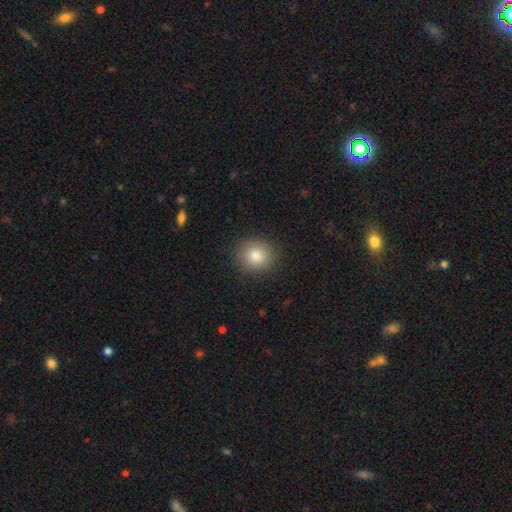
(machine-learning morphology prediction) A smooth galaxy with no disk features (83%) that is round (87%). Merging: none (89%).